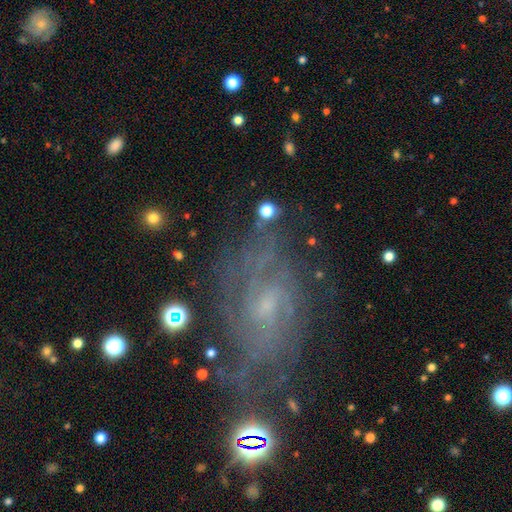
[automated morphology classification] A featured or disk galaxy (73%) with no bar (48%), tight (52%) spiral arms (88%) and a small central bulge (69%). Merging: none (67%).